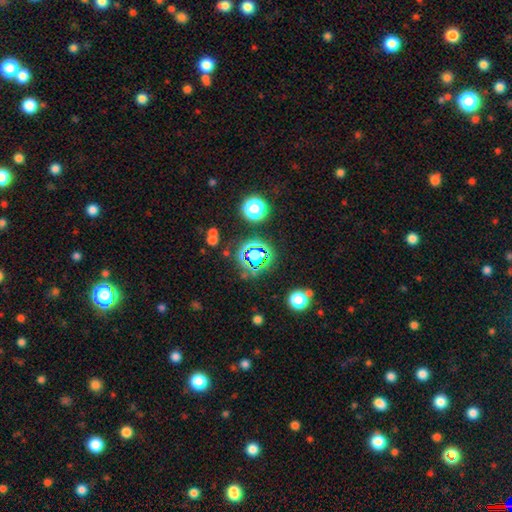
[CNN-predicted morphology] smooth_or_featured: star or artifact (p=0.55) [alt: smooth p=0.33]